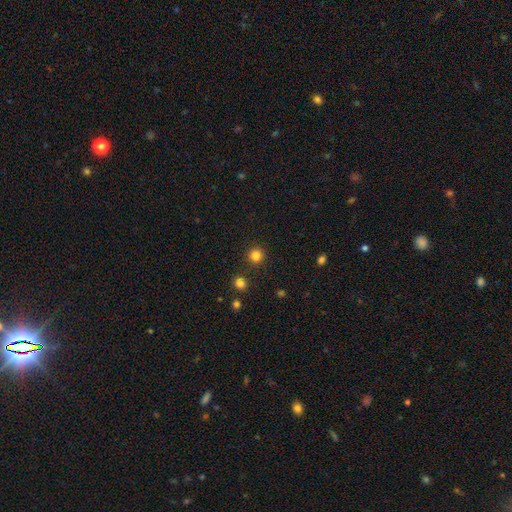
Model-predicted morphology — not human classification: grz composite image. It shows a smooth galaxy with no disk features (83%) that is round (94%). Merging: none (90%).